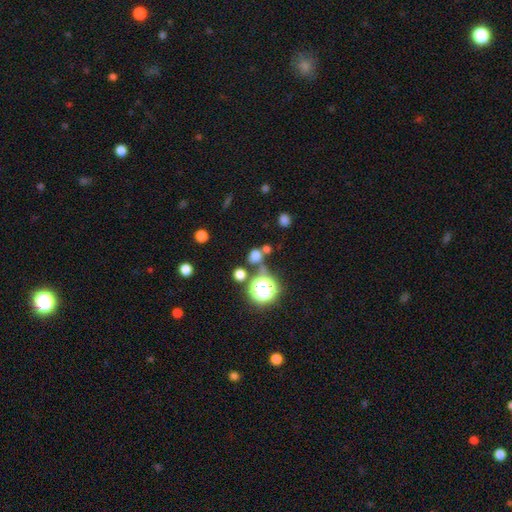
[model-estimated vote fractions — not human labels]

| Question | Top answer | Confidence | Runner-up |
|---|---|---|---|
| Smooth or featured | smooth | 64% | star or artifact (27%) |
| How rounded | round | 77% | in between (22%) |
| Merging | none | 59% | merger (23%) |